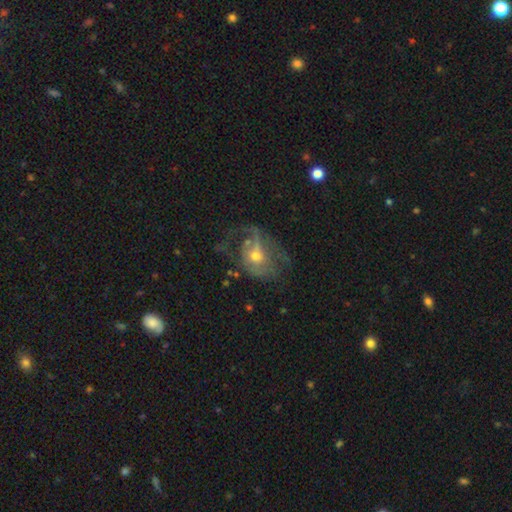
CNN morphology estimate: smooth-or-featured: featured or disk: 66% | smooth: 24% | star or artifact: 10%
  disk-edge-on: no: 96% | yes: 4%
    bar: no: 69% | weak: 25% | strong: 6%
    has-spiral-arms: yes: 65% | no: 35%
    bulge-size: moderate: 61% | small: 31% | large: 4% | none: 2% | dominant: 1%
  merging: major disturbance: 42% | none: 34% | minor disturbance: 21% | merger: 3%